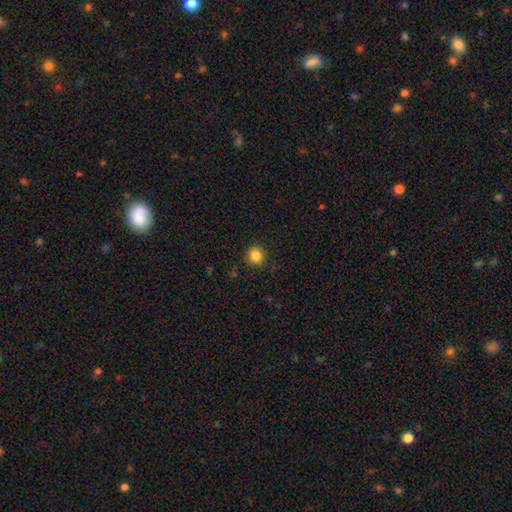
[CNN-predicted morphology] This is clearly a smooth galaxy (85%). How rounded: clearly round (94%). Merging: clearly none (91%).